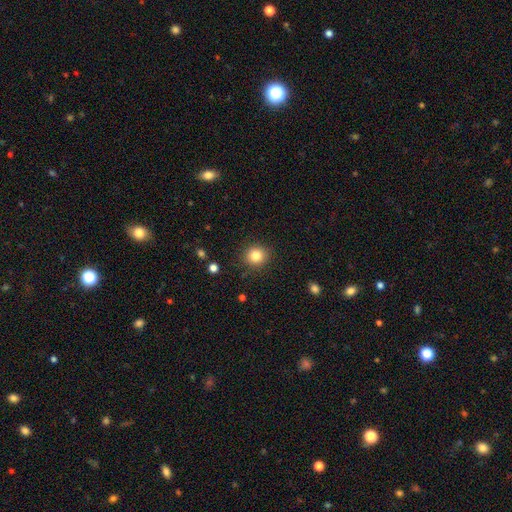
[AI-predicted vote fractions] Q: Smooth or featured?
A: smooth (82%); runner-up: star or artifact (11%)
Q: How rounded?
A: round (87%); runner-up: in between (12%)
Q: Merging?
A: none (89%); runner-up: minor disturbance (7%)